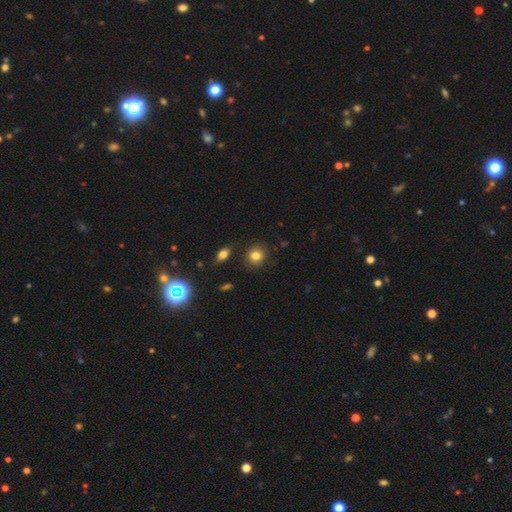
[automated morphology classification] A smooth galaxy with no disk features (82%) that is round (79%). Merging: none (87%).